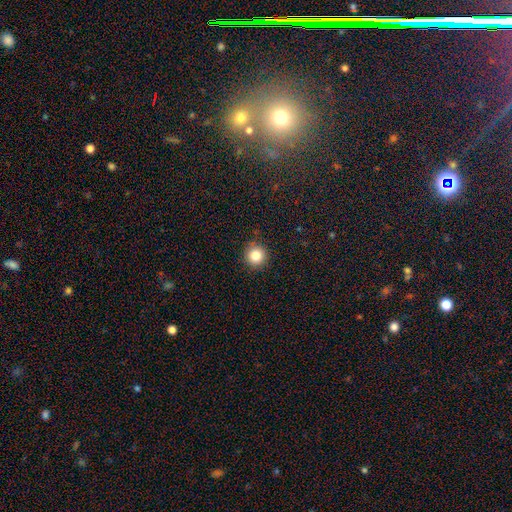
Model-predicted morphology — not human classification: type=smooth (83%); roundness=round (94%); merging=none (90%).